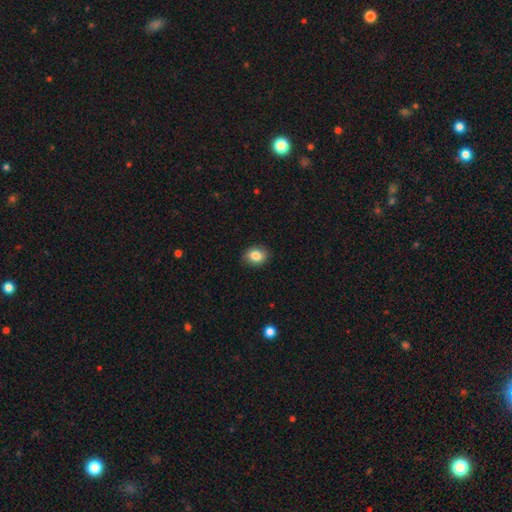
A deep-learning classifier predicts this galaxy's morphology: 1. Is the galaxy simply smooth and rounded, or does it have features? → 84% smooth, 9% star or artifact, 7% featured or disk.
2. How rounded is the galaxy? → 50% round, 49% in between, 1% cigar-shaped.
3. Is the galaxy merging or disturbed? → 87% none, 10% minor disturbance, 2% major disturbance, 1% merger.